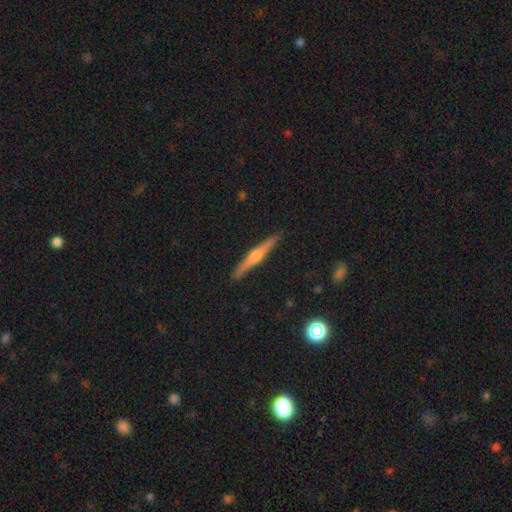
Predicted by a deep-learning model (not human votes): smooth_or_featured: featured or disk (p=0.75) [alt: smooth p=0.19]
disk_edge_on: yes (p=0.98) [alt: no p=0.02]
edge_on_bulge: rounded (p=0.90) [alt: boxy p=0.05]
merging: none (p=0.92) [alt: minor disturbance p=0.06]